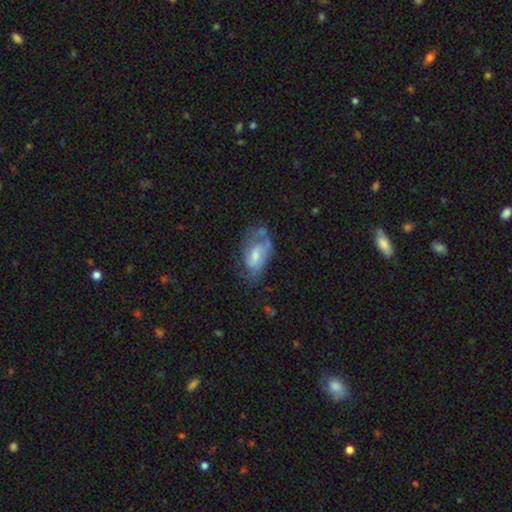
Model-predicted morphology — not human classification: A featured or disk galaxy (51%).

Vote fractions:
- Smooth or featured? featured or disk: 51% / smooth: 41% / star or artifact: 8%
- Edge-on disk? no: 94% / yes: 6%
- Merging? none: 36% / minor disturbance: 30% / major disturbance: 29% / merger: 5%